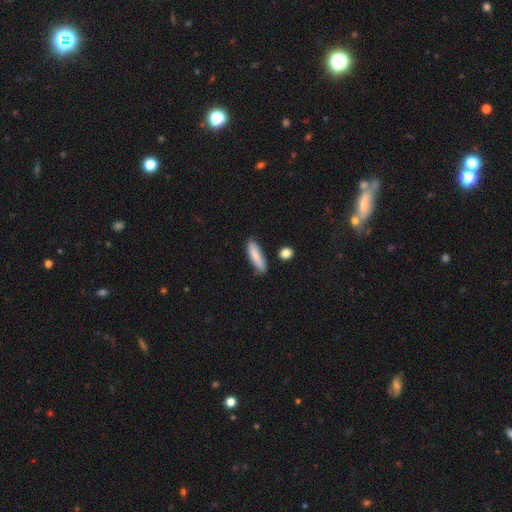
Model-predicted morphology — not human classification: smooth 83%, featured or disk 11%, star or artifact 6%. Down the decision tree: how rounded — cigar-shaped (68%); merging — none (81%).